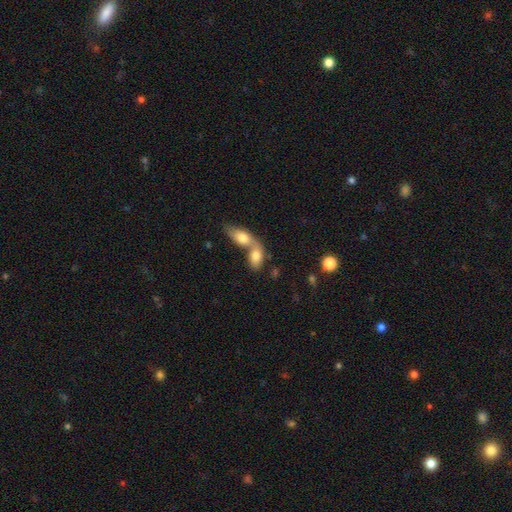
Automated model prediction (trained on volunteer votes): Overall: smooth (76%). How rounded: in between (85%). Merging: merger (75%).